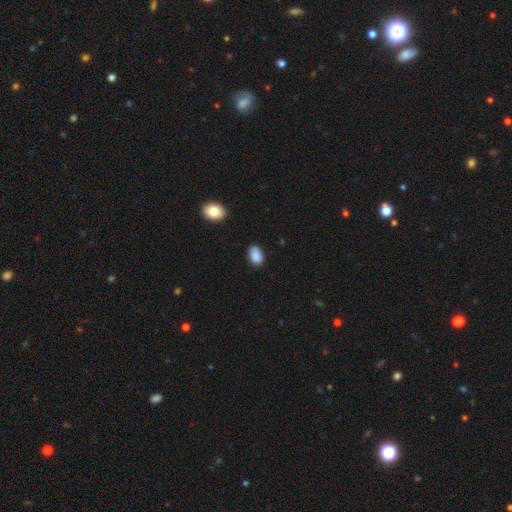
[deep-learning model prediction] A smooth galaxy with no disk features (88%) that is in between round and cigar-shaped (88%). Merging: none (78%).